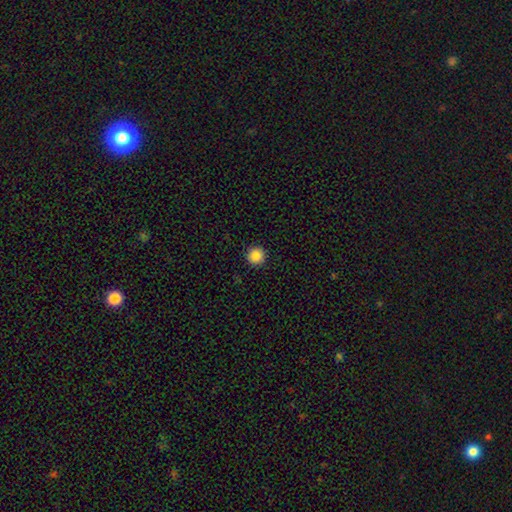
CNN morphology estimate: Smooth or featured: smooth — 86% (star or artifact — 10%)
How rounded: round — 96% (in between — 3%)
Merging: none — 93% (minor disturbance — 5%)